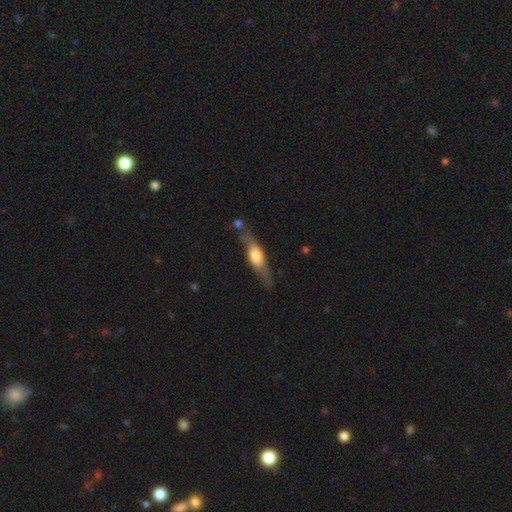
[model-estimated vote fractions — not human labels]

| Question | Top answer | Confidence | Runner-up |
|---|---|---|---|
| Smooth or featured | featured or disk | 54% | smooth (40%) |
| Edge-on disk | yes | 78% | no (22%) |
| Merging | none | 69% | minor disturbance (19%) |